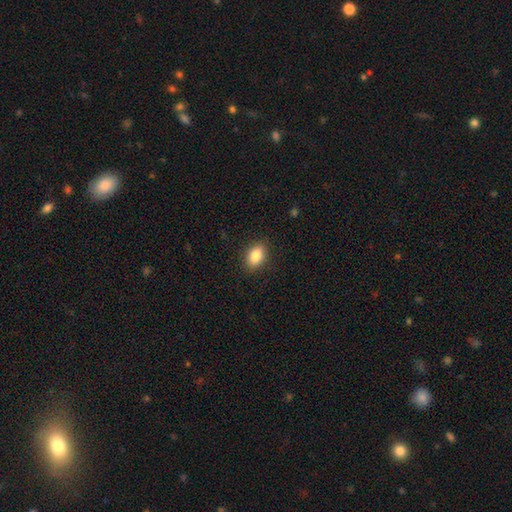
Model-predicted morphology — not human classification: smooth-or-featured: smooth: 85% | star or artifact: 8% | featured or disk: 7%
  how-rounded: in between: 83% | round: 15% | cigar-shaped: 2%
  merging: none: 88% | minor disturbance: 9% | major disturbance: 2% | merger: 1%